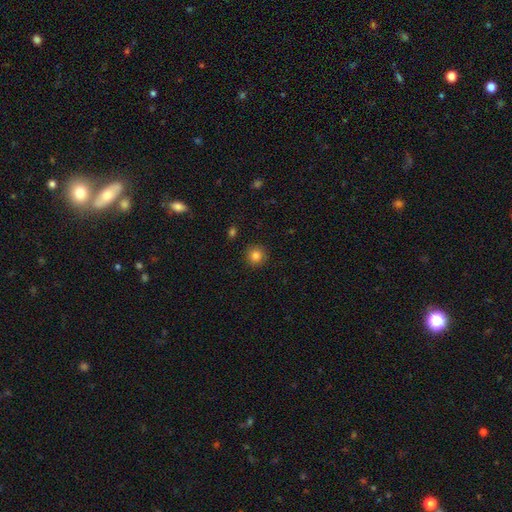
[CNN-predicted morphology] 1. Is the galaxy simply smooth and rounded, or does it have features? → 84% smooth, 11% star or artifact, 6% featured or disk.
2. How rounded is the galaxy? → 94% round, 5% in between, 1% cigar-shaped.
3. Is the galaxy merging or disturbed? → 92% none, 6% minor disturbance, 2% major disturbance, 1% merger.